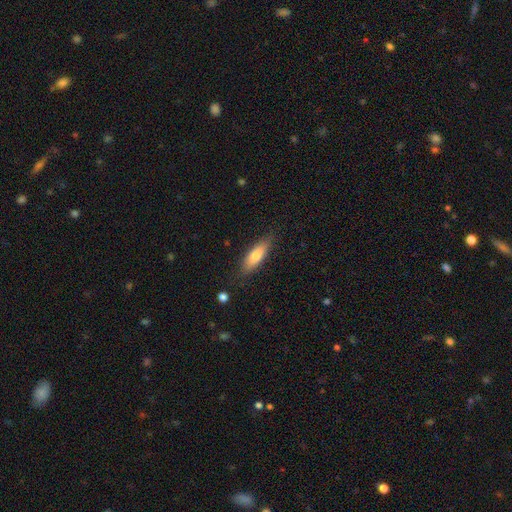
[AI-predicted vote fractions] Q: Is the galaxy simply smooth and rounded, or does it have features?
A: smooth — 74%.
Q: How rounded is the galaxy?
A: in between — 50%.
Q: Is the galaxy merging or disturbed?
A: none — 83%.